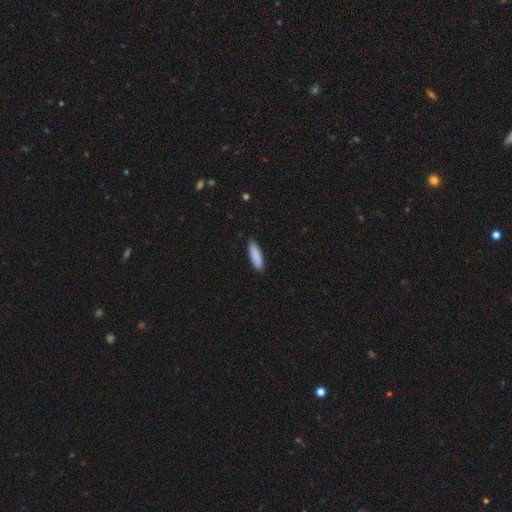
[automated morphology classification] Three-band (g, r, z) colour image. It shows a smooth galaxy with no disk features (89%) that is cigar-shaped (59%). Merging: none (88%).